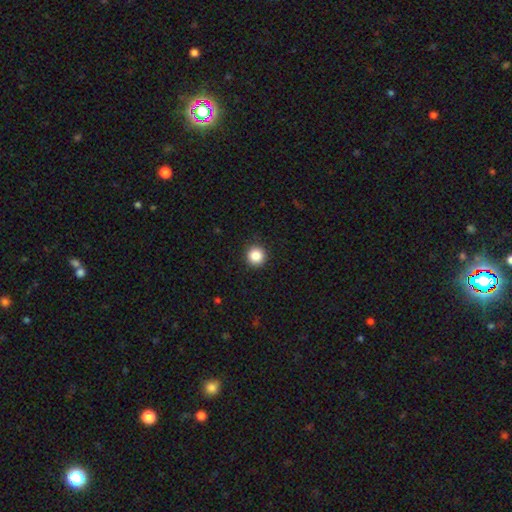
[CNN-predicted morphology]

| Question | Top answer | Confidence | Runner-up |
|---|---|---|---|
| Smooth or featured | smooth | 86% | star or artifact (10%) |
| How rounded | round | 95% | in between (4%) |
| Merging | none | 92% | minor disturbance (5%) |